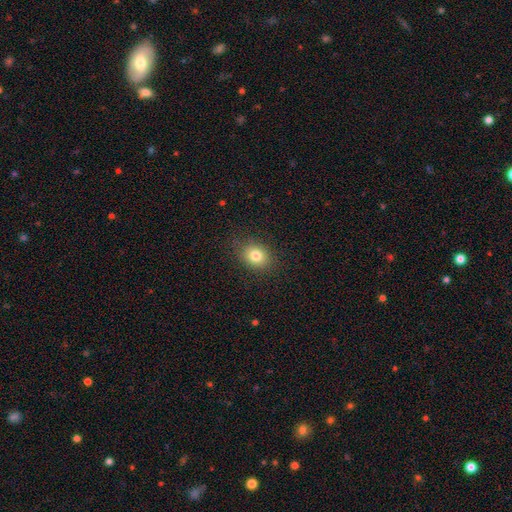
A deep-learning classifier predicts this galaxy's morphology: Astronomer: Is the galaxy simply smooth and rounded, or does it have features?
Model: smooth — 80%.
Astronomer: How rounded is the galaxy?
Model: round — 53% (runner-up: in between, 47%).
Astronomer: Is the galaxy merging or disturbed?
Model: none — 86%.